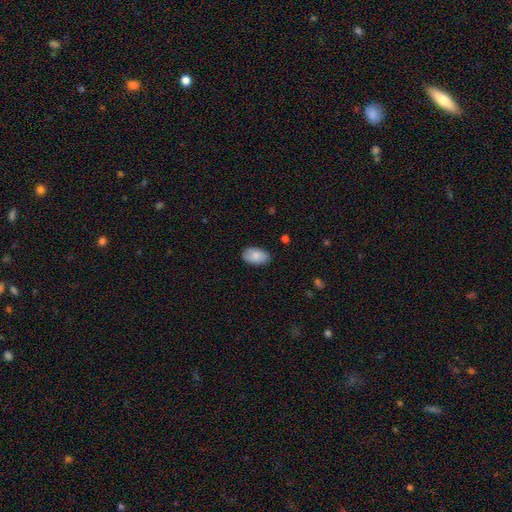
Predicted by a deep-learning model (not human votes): smooth 85%, featured or disk 9%, star or artifact 6%. Down the decision tree: how rounded — in between (94%); merging — none (84%).